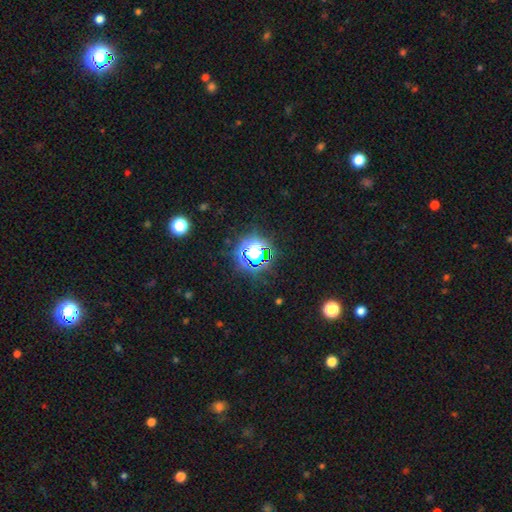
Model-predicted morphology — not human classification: This is likely a star or artifact rather than a galaxy (70%).